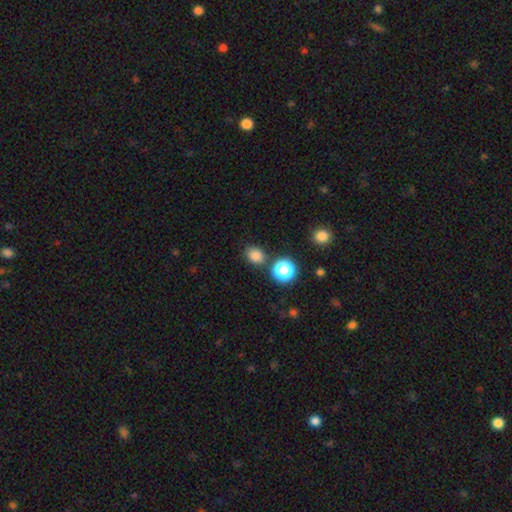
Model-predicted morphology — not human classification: smooth_or_featured: smooth (p=0.79) [alt: star or artifact p=0.16]
how_rounded: round (p=0.60) [alt: in between p=0.39]
merging: none (p=0.79) [alt: minor disturbance p=0.11]